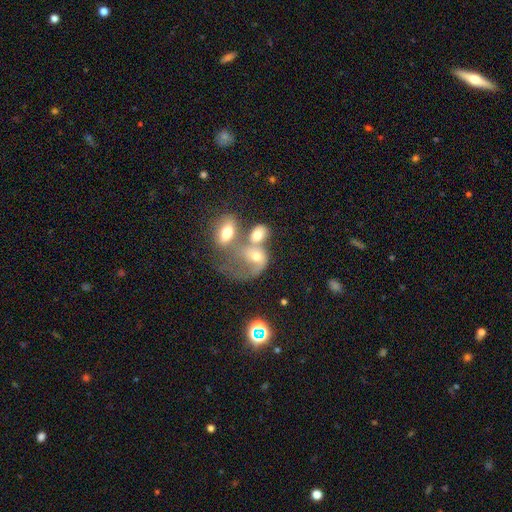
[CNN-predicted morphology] smooth_or_featured: featured or disk (p=0.57) [alt: smooth p=0.27]
disk_edge_on: no (p=0.96) [alt: yes p=0.04]
bar: no (p=0.70) [alt: weak p=0.21]
has_spiral_arms: yes (p=0.53) [alt: no p=0.47]
bulge_size: moderate (p=0.50) [alt: small p=0.27]
merging: merger (p=0.66) [alt: none p=0.16]